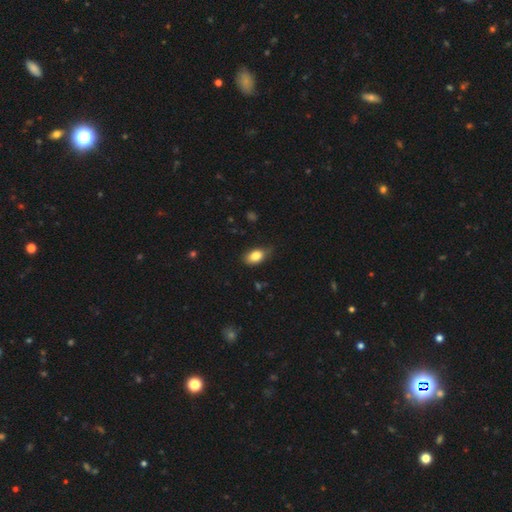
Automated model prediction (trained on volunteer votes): A smooth galaxy with no disk features (82%) that is in between round and cigar-shaped (88%). Merging: none (69%).